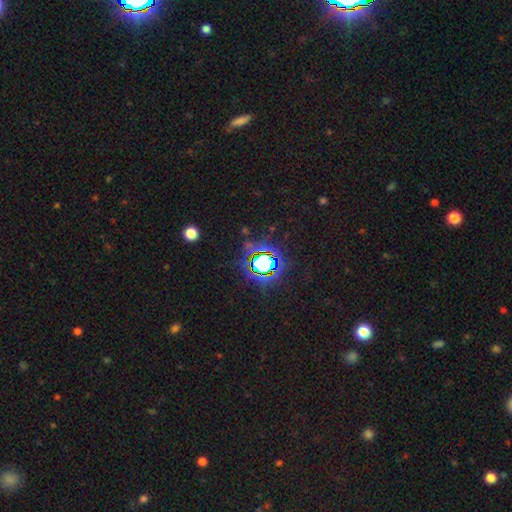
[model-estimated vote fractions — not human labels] A star or artifact, not a galaxy (78%).

Vote fractions:
- Smooth or featured? star or artifact: 78% / smooth: 14% / featured or disk: 9%